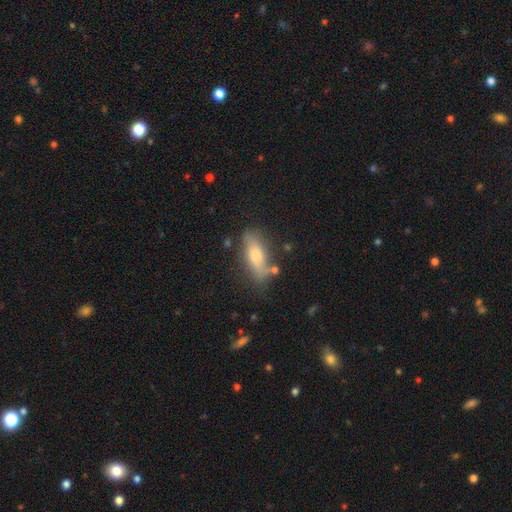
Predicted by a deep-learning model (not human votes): smooth_or_featured: smooth (p=0.65) [alt: featured or disk p=0.28]
how_rounded: in between (p=0.62) [alt: cigar-shaped p=0.35]
merging: none (p=0.70) [alt: minor disturbance p=0.19]